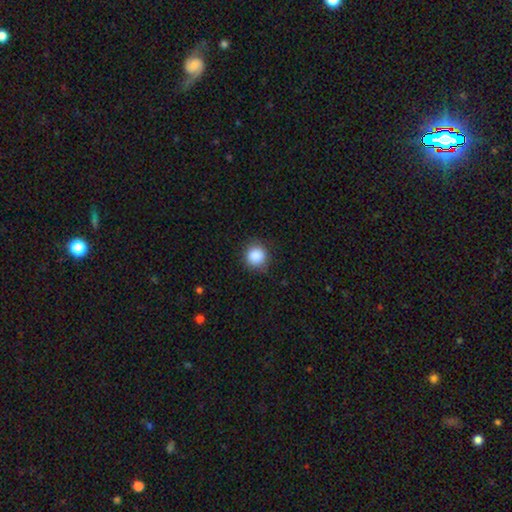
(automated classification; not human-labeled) This is clearly a smooth galaxy (88%). How rounded: clearly round (91%). Merging: clearly none (85%).